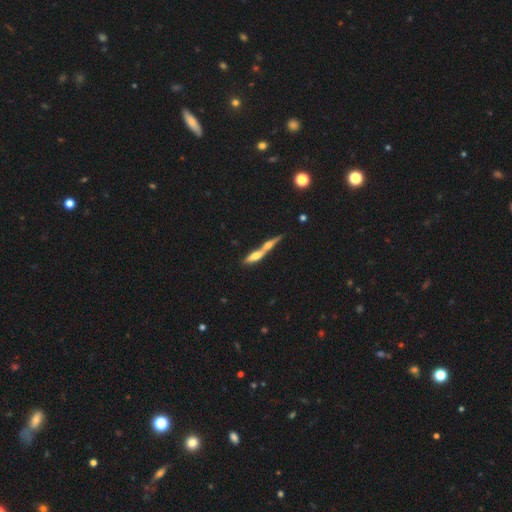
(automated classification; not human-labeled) Smooth or featured? Predicted: smooth (p=0.49). Merging? Predicted: merger (p=0.59).